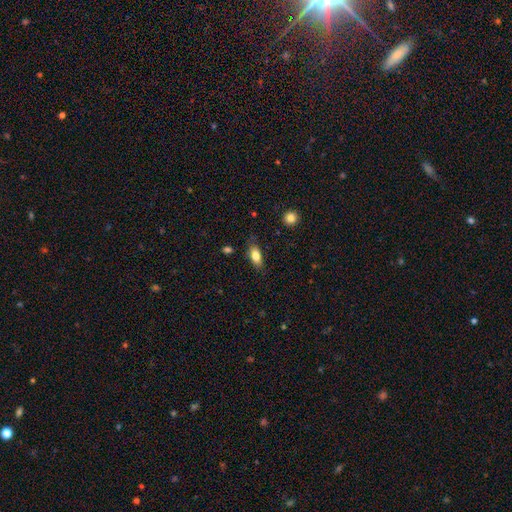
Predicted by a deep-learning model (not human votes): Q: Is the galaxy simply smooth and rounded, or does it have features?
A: smooth — 80%.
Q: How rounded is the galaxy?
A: in between — 86%.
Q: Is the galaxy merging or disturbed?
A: none — 79%.